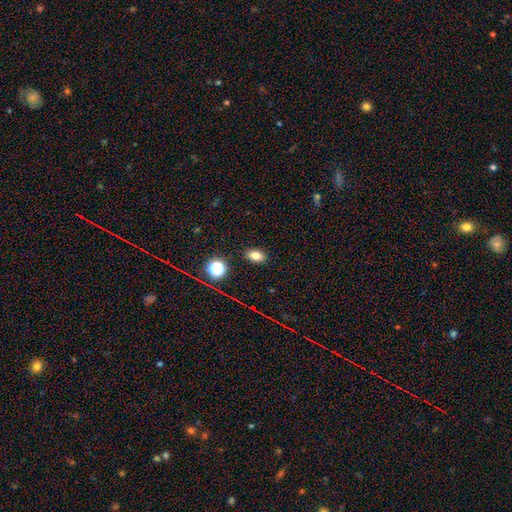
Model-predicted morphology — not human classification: smooth 78%, star or artifact 14%, featured or disk 8%. Down the decision tree: how rounded — in between (84%); merging — none (88%).